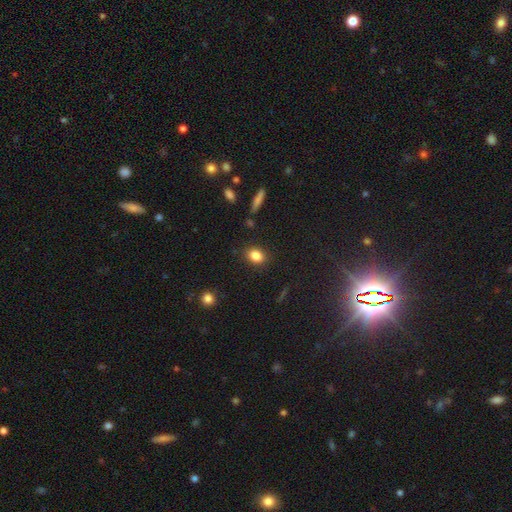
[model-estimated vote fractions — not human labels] Smooth or featured: smooth — 84% (star or artifact — 10%)
How rounded: in between — 67% (round — 31%)
Merging: none — 86% (minor disturbance — 10%)